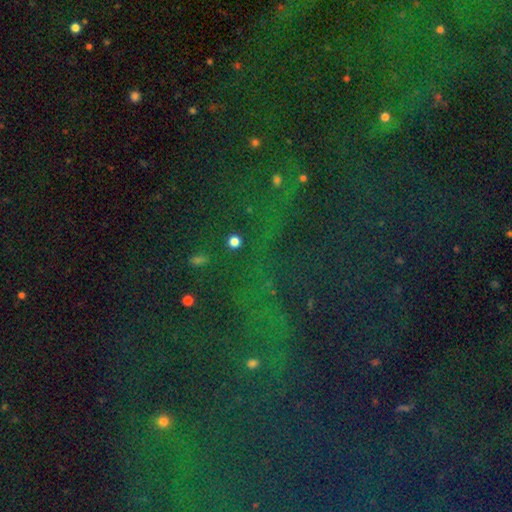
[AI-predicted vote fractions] Morphology: type=star or artifact (79%).